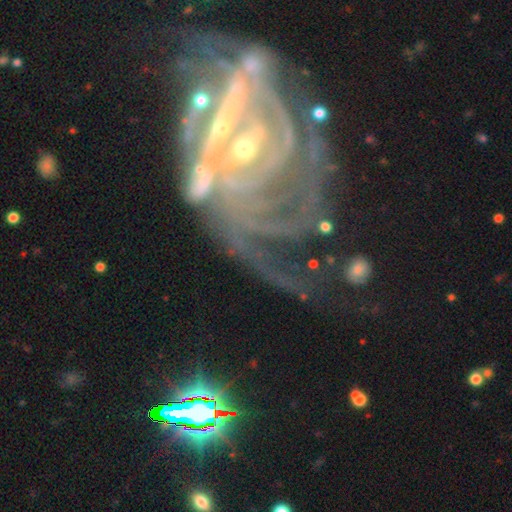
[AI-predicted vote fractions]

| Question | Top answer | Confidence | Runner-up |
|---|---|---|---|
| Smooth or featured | featured or disk | 85% | star or artifact (10%) |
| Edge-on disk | no | 94% | yes (6%) |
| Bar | strong | 49% | weak (27%) |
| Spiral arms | yes | 92% | no (8%) |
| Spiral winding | tight | 52% | medium (34%) |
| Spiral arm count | can't tell | 29% | 2 (22%) |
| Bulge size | small | 64% | moderate (28%) |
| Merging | major disturbance | 32% | none (30%) |